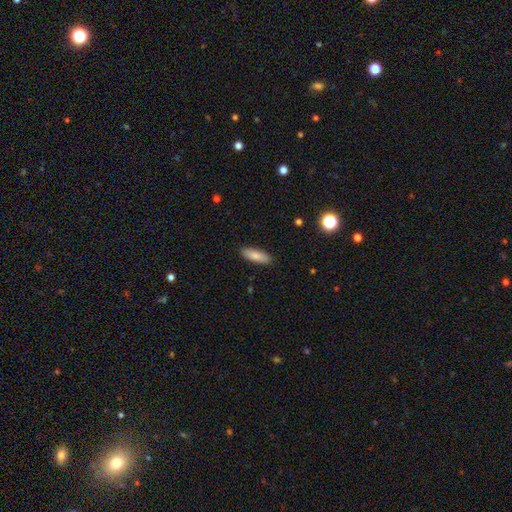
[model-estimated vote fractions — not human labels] smooth-or-featured: smooth: 82% | featured or disk: 11% | star or artifact: 7%
  how-rounded: in between: 61% | cigar-shaped: 37% | round: 2%
  merging: none: 89% | minor disturbance: 8% | major disturbance: 2% | merger: 1%